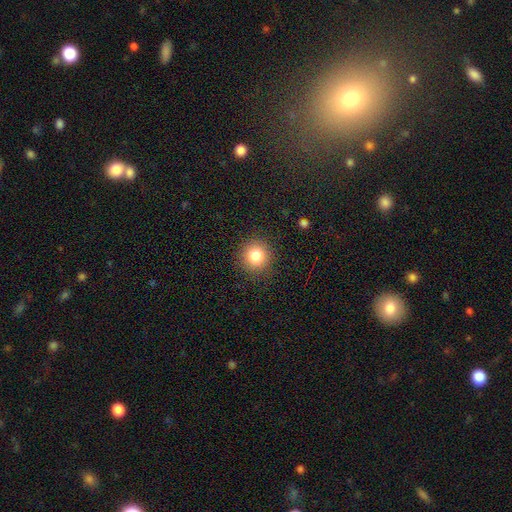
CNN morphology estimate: Overall: smooth (83%). How rounded: round (92%). Merging: none (90%).